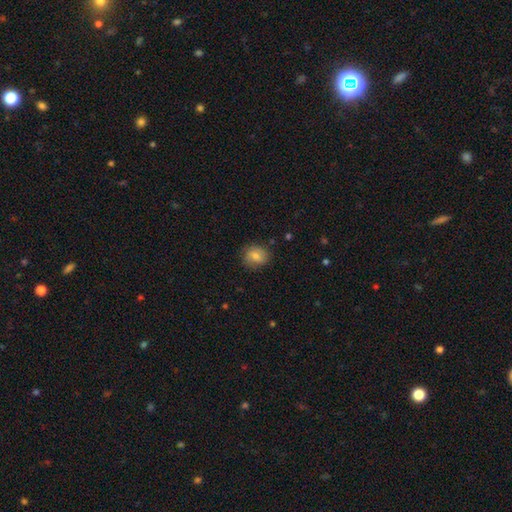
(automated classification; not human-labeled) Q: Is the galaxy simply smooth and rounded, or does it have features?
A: smooth — 80%.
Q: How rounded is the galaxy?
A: round — 66%.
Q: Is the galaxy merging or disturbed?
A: none — 78%.